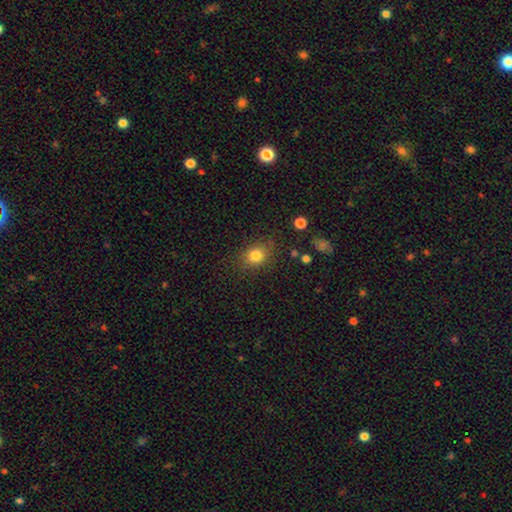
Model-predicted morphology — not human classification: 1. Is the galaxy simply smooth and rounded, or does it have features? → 82% smooth, 11% star or artifact, 7% featured or disk.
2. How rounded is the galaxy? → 58% round, 41% in between, 1% cigar-shaped.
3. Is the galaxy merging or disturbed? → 81% none, 13% minor disturbance, 5% major disturbance, 2% merger.